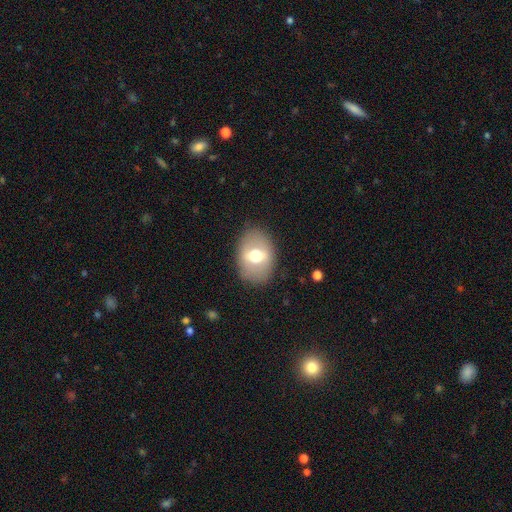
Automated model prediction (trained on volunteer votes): This appears to be a smooth galaxy with no disk features (53%) that is in between round and cigar-shaped (72%). Merging: none (84%).